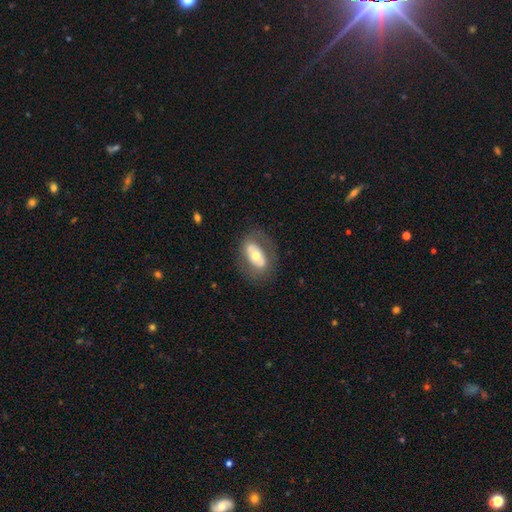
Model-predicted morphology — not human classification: smooth_or_featured: featured or disk (p=0.50) [alt: smooth p=0.44]
merging: none (p=0.71) [alt: minor disturbance p=0.16]